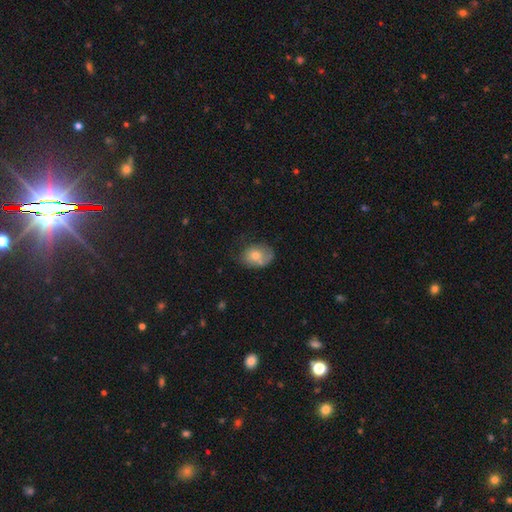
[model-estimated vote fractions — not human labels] smooth-or-featured: smooth: 65% | featured or disk: 26% | star or artifact: 9%
  how-rounded: in between: 67% | round: 32% | cigar-shaped: 1%
  merging: none: 46% | minor disturbance: 31% | major disturbance: 14% | merger: 9%